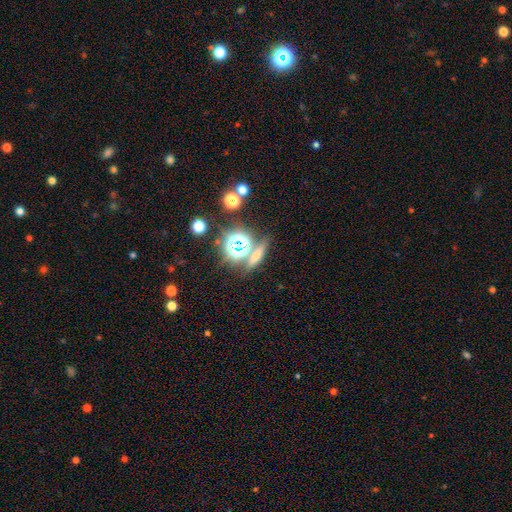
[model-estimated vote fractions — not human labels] Q: Smooth or featured?
A: smooth (41%); runner-up: star or artifact (37%)
Q: Merging?
A: none (75%); runner-up: merger (11%)